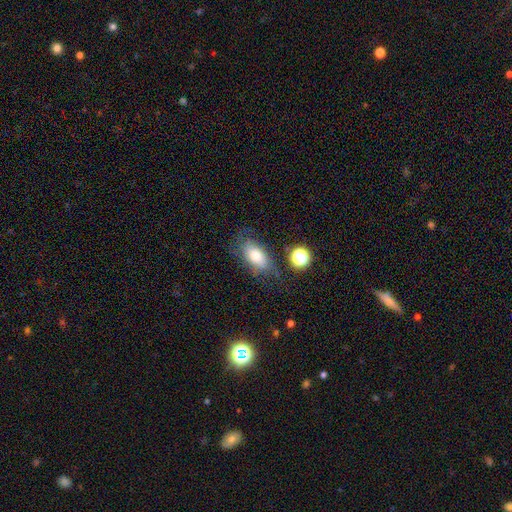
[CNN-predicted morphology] smooth-or-featured: smooth: 73% | featured or disk: 17% | star or artifact: 10%
  how-rounded: in between: 88% | round: 6% | cigar-shaped: 6%
  merging: none: 65% | minor disturbance: 21% | major disturbance: 10% | merger: 4%